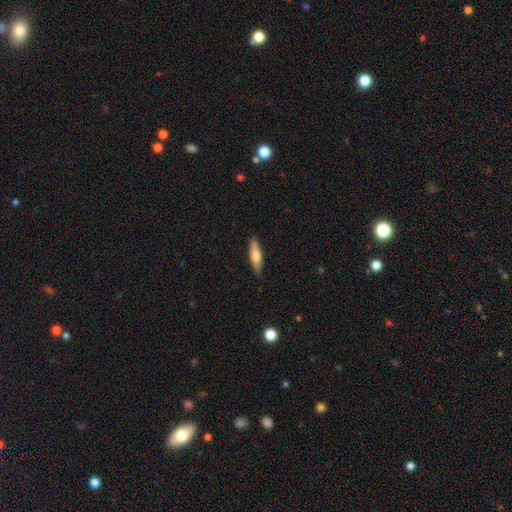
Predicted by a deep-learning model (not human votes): Overall: smooth (65%; featured or disk 29%). How rounded: cigar-shaped (66%; in between 32%). Merging: none (84%).